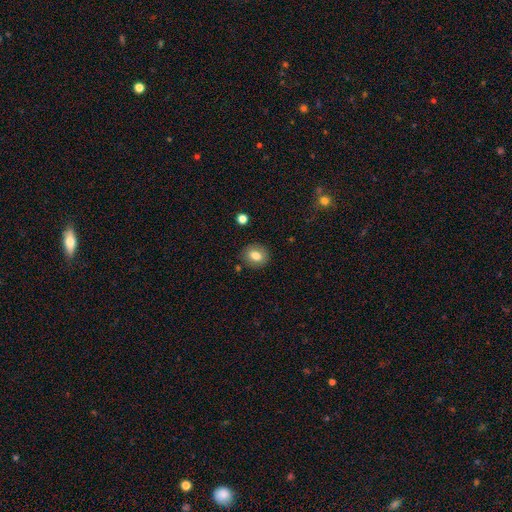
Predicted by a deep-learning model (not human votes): Smooth or featured?
  - smooth: 80% *
  - featured or disk: 10%
  - star or artifact: 10%
How rounded?
  - round: 64% *
  - in between: 35%
  - cigar-shaped: 1%
Merging?
  - none: 87% *
  - minor disturbance: 9%
  - major disturbance: 2%
  - merger: 2%